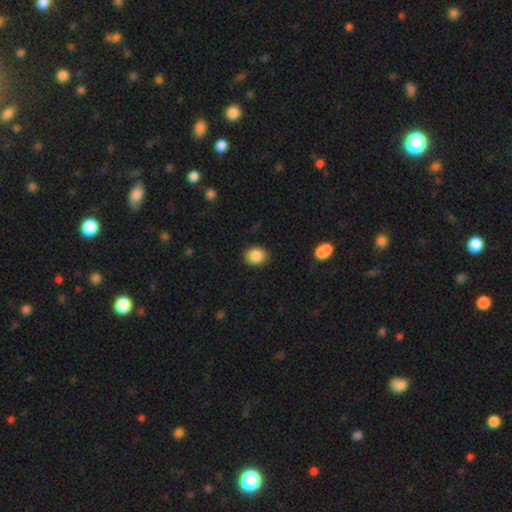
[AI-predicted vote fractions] A smooth galaxy with no disk features (87%) that is round (59%).

Vote fractions:
- Smooth or featured? smooth: 87% / star or artifact: 9% / featured or disk: 5%
- How rounded? round: 59% / in between: 40% / cigar-shaped: 1%
- Merging? none: 88% / minor disturbance: 9% / major disturbance: 2% / merger: 1%